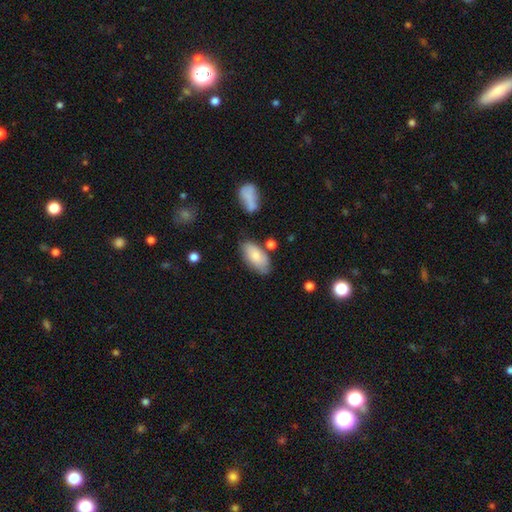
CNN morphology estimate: The model was most divided on "merging": none: 68%, minor disturbance: 20%, merger: 7%, major disturbance: 5%. More confident: how rounded — in between (93%); smooth or featured — smooth (78%).